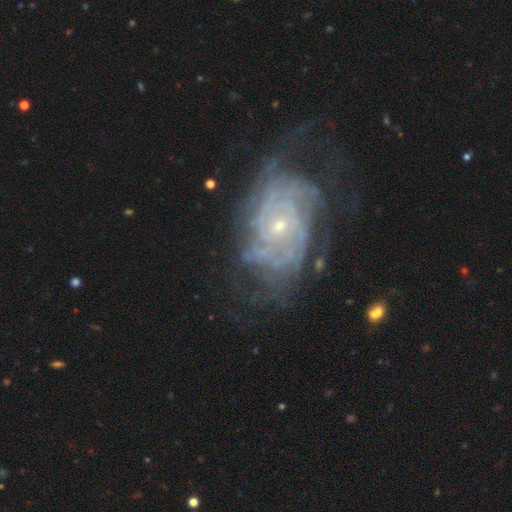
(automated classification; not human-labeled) The model was most divided on "spiral arm count": can't tell: 43%, 2: 16%, 4: 13%, 3: 11%, more than 4: 11%, 1: 6%. More confident: edge-on disk — no (96%); spiral arms — yes (93%); smooth or featured — featured or disk (85%); bulge size — small (73%); bar — no (73%); spiral winding — tight (70%); merging — none (57%).